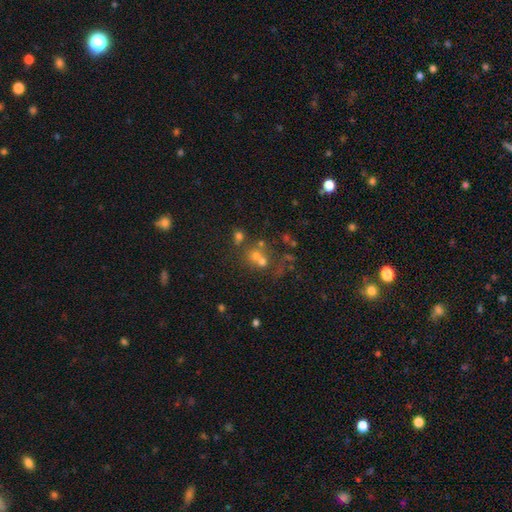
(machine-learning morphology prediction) smooth-or-featured: smooth: 46% | star or artifact: 31% | featured or disk: 23%
  merging: merger: 45% | none: 41% | minor disturbance: 8% | major disturbance: 6%